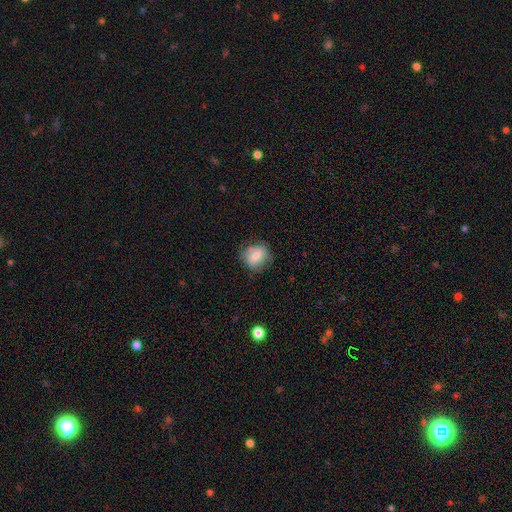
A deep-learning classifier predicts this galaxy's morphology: Smooth or featured?
  - smooth: 66% *
  - featured or disk: 26%
  - star or artifact: 9%
How rounded?
  - round: 68% *
  - in between: 31%
  - cigar-shaped: 1%
Merging?
  - none: 73% *
  - minor disturbance: 20%
  - major disturbance: 5%
  - merger: 1%